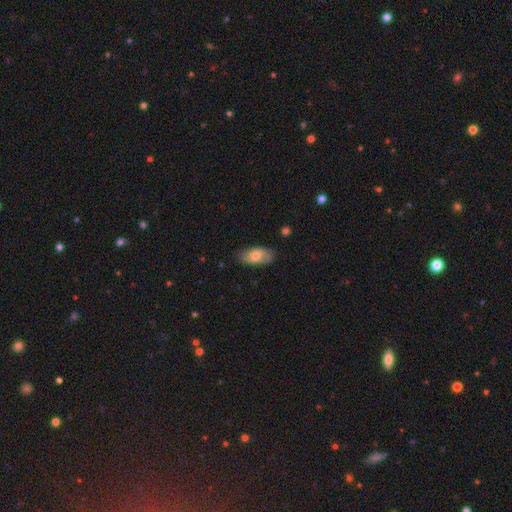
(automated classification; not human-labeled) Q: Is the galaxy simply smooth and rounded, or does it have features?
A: smooth — 71%.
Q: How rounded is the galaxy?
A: in between — 92%.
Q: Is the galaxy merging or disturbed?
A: none — 78%.